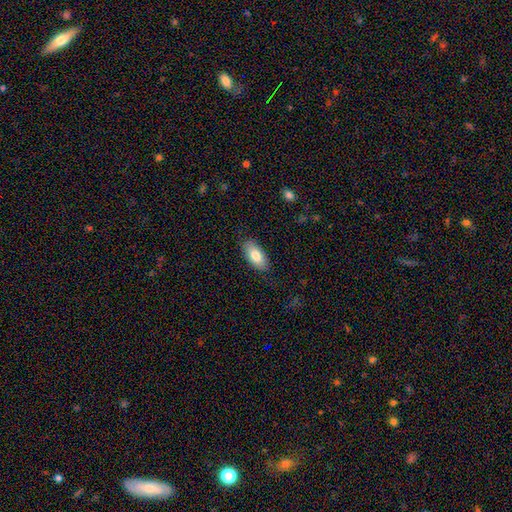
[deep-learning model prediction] A smooth galaxy with no disk features (81%) that is in between round and cigar-shaped (92%). Merging: none (86%).